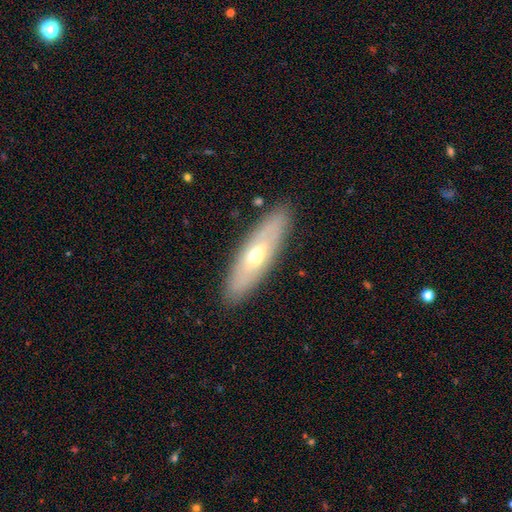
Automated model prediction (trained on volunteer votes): The model was most divided on "smooth or featured": featured or disk: 50%, smooth: 44%, star or artifact: 6%. More confident: merging — none (86%).